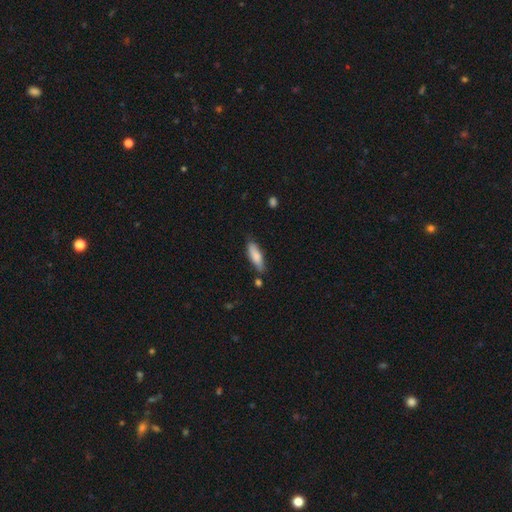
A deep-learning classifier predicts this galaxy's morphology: This is clearly a smooth galaxy (80%). How rounded: possibly in between (49%, tied with cigar-shaped). Merging: likely none (69%).